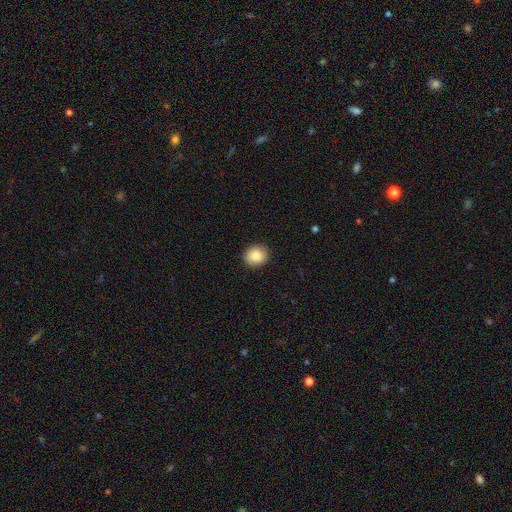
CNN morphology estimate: Q: Smooth or featured?
A: smooth (88%); runner-up: star or artifact (8%)
Q: How rounded?
A: round (80%); runner-up: in between (19%)
Q: Merging?
A: none (89%); runner-up: minor disturbance (8%)